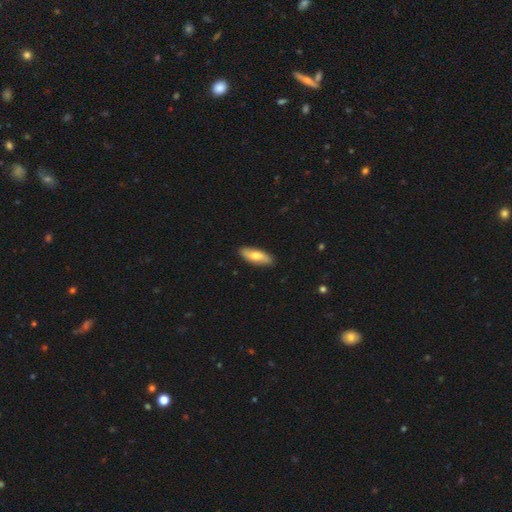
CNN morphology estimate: type=smooth (63%); roundness=in between (69%); merging=none (88%).